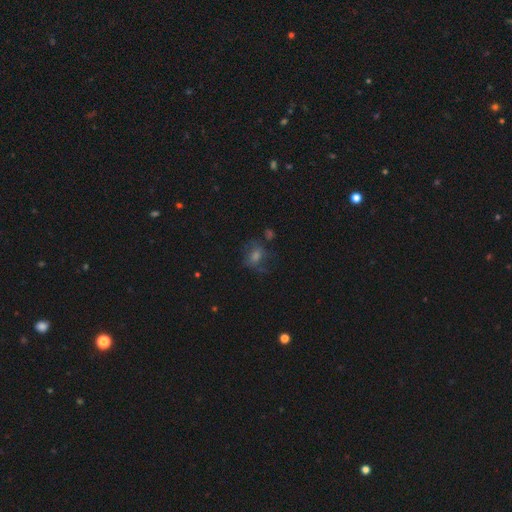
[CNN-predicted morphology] Q: Smooth or featured?
A: smooth (42%); runner-up: featured or disk (30%)
Q: Merging?
A: none (59%); runner-up: minor disturbance (20%)